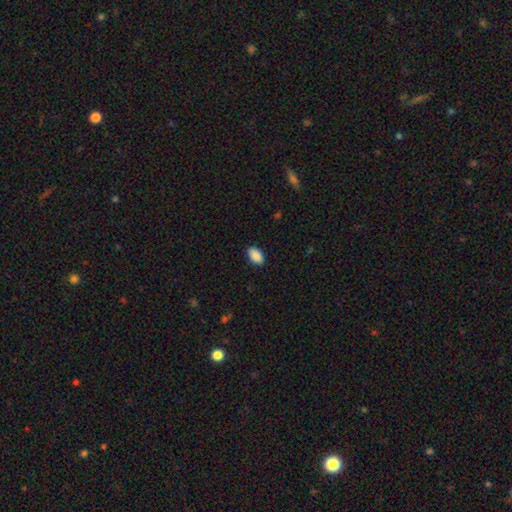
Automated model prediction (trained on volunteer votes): Smooth or featured: smooth — 90% (star or artifact — 7%)
How rounded: in between — 94% (round — 4%)
Merging: none — 88% (minor disturbance — 9%)